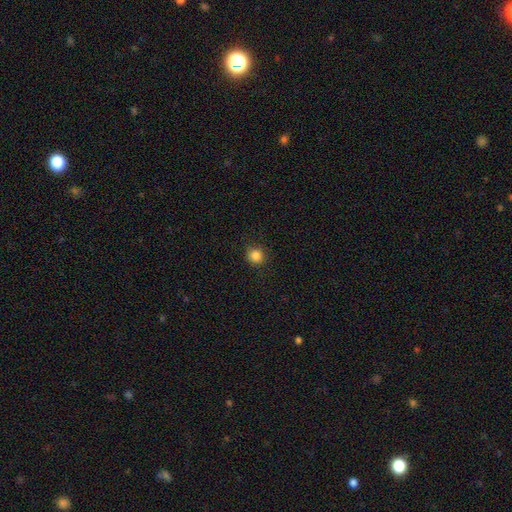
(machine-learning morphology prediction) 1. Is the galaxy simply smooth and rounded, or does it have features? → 85% smooth, 12% star or artifact, 4% featured or disk.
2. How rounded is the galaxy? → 93% round, 6% in between, 1% cigar-shaped.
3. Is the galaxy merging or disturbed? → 90% none, 7% minor disturbance, 2% major disturbance, 1% merger.